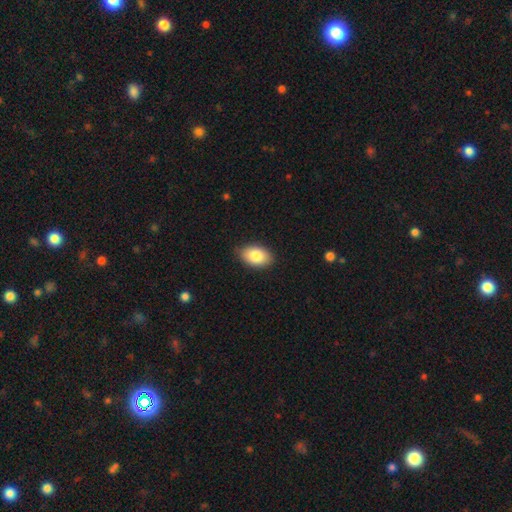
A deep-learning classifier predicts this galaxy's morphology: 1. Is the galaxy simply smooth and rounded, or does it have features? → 83% smooth, 10% featured or disk, 7% star or artifact.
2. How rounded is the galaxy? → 90% in between, 9% round, 1% cigar-shaped.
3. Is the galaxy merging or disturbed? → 87% none, 10% minor disturbance, 2% major disturbance, 1% merger.